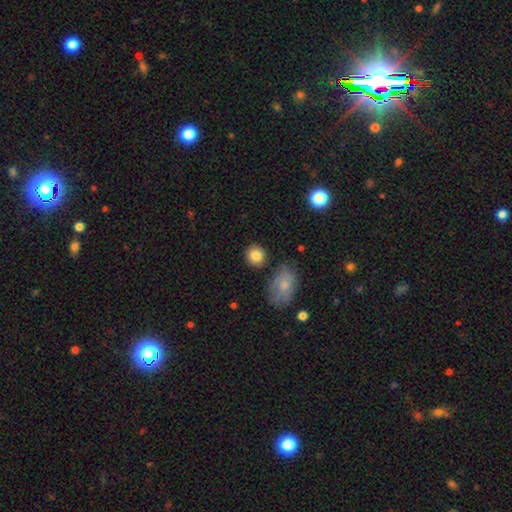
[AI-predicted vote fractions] Overall: smooth (85%). How rounded: round (85%). Merging: none (84%).